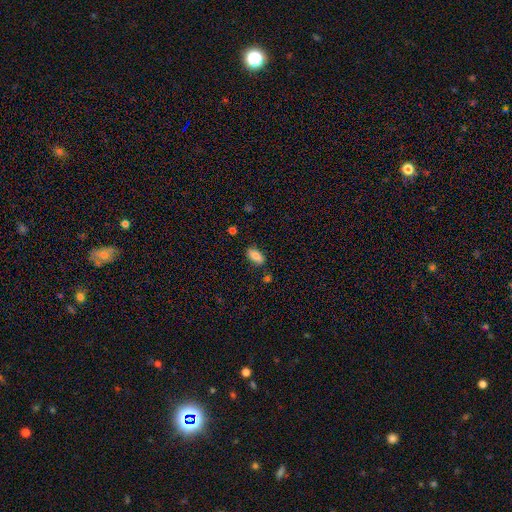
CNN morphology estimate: Smooth or featured?
  - smooth: 82% *
  - featured or disk: 11%
  - star or artifact: 8%
How rounded?
  - in between: 86% *
  - cigar-shaped: 11%
  - round: 3%
Merging?
  - none: 84% *
  - minor disturbance: 11%
  - merger: 3%
  - major disturbance: 2%